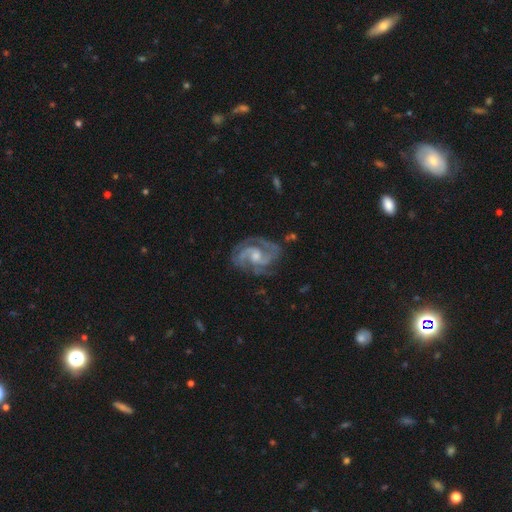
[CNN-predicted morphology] The model was most divided on "bar": no: 45%, weak: 44%, strong: 11%. Remaining: spiral arms — yes (98%); edge-on disk — no (98%); smooth or featured — featured or disk (91%); merging — none (73%); bulge size — moderate (53%); spiral arm count — 2 (52%); spiral winding — medium (49%).